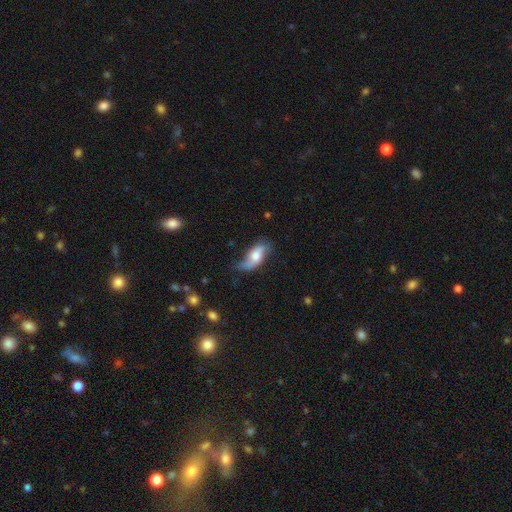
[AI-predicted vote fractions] The model was most divided on "smooth or featured": featured or disk: 59%, smooth: 33%, star or artifact: 7%. More confident: edge-on disk — no (80%); merging — none (58%).